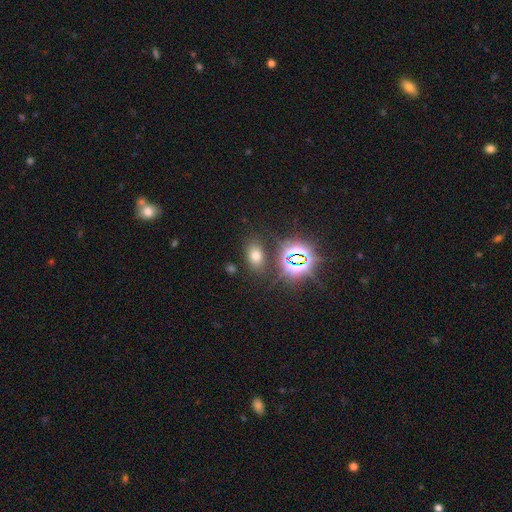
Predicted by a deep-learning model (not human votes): Q: Smooth or featured?
A: smooth (59%); runner-up: star or artifact (31%)
Q: How rounded?
A: in between (83%); runner-up: round (15%)
Q: Merging?
A: none (81%); runner-up: minor disturbance (10%)